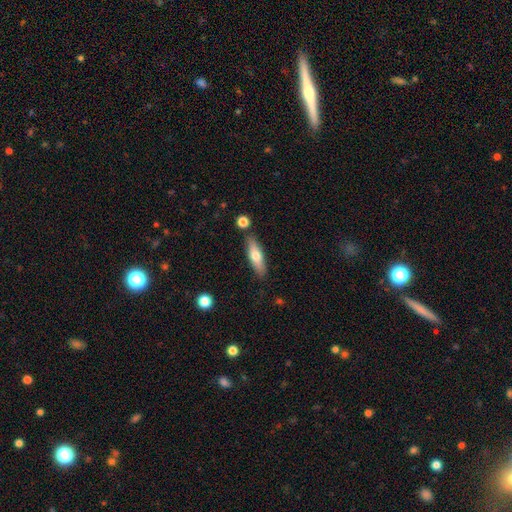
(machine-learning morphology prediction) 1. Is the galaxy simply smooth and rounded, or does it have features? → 64% smooth, 30% featured or disk, 6% star or artifact.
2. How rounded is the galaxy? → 58% cigar-shaped, 40% in between, 2% round.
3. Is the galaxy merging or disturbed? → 82% none, 11% minor disturbance, 5% merger, 2% major disturbance.